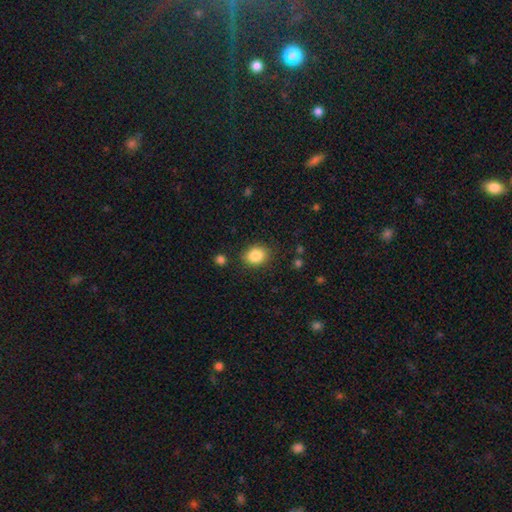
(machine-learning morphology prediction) Smooth or featured? smooth (85%)
How rounded? round (55%)
Merging? none (84%)